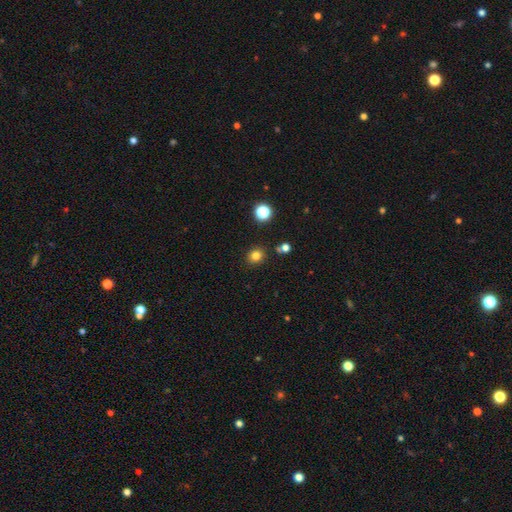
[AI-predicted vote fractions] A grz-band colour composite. It shows a smooth galaxy with no disk features (80%) that is round (76%). Merging: none (86%).